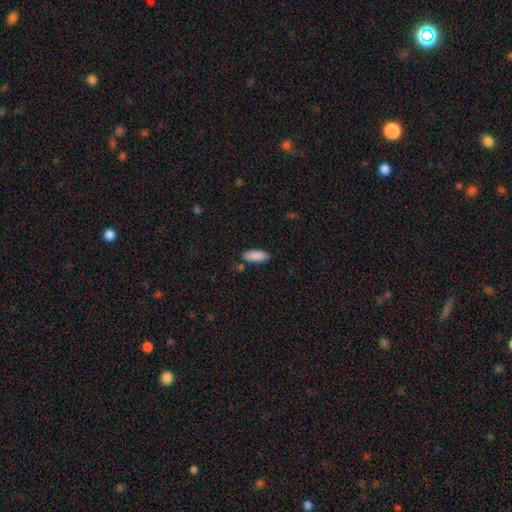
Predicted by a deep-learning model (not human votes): This is clearly a smooth galaxy (89%). How rounded: likely in between (71%). Merging: clearly none (81%).